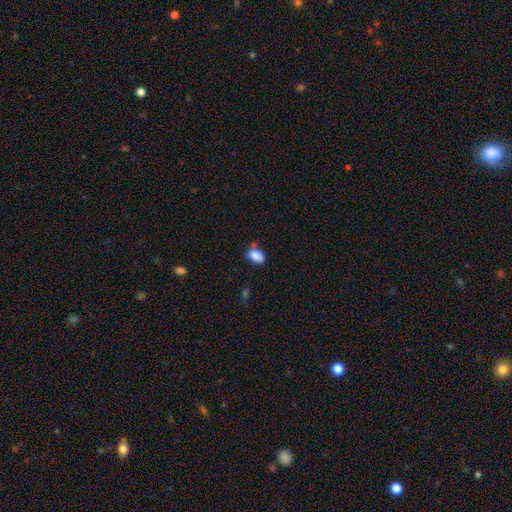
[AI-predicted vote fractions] Q: Smooth or featured?
A: smooth (86%); runner-up: star or artifact (8%)
Q: How rounded?
A: in between (86%); runner-up: round (13%)
Q: Merging?
A: none (55%); runner-up: minor disturbance (28%)